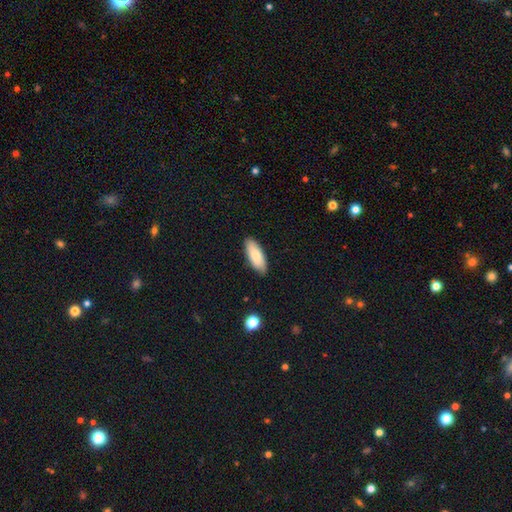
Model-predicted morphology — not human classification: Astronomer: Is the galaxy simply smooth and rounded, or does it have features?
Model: smooth — 81%.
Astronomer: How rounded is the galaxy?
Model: in between — 72%.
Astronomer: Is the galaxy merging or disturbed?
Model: none — 88%.